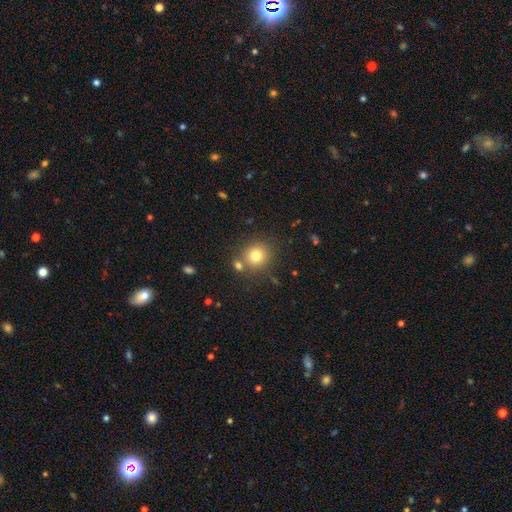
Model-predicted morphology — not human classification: A smooth galaxy with no disk features (78%) that is round (84%).

Vote fractions:
- Smooth or featured? smooth: 78% / star or artifact: 13% / featured or disk: 10%
- How rounded? round: 84% / in between: 15% / cigar-shaped: 1%
- Merging? none: 75% / merger: 13% / minor disturbance: 9% / major disturbance: 3%